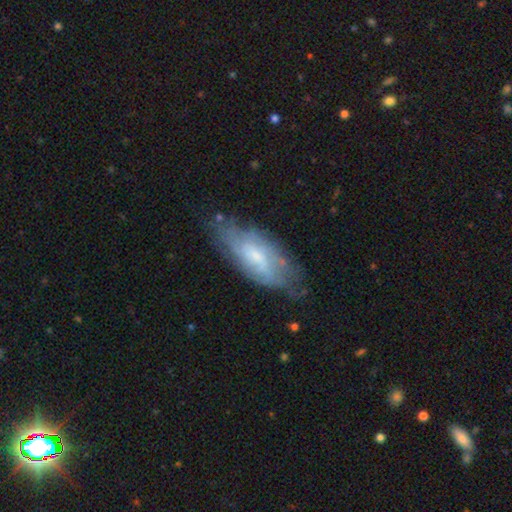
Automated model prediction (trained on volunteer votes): Overall: featured or disk (59%; smooth 33%). Edge-on disk: no (86%). Bar: no (50%; weak 42%). Spiral arms: yes (73%). Bulge size: small (49%; moderate 34%). Merging: none (62%; minor disturbance 26%).